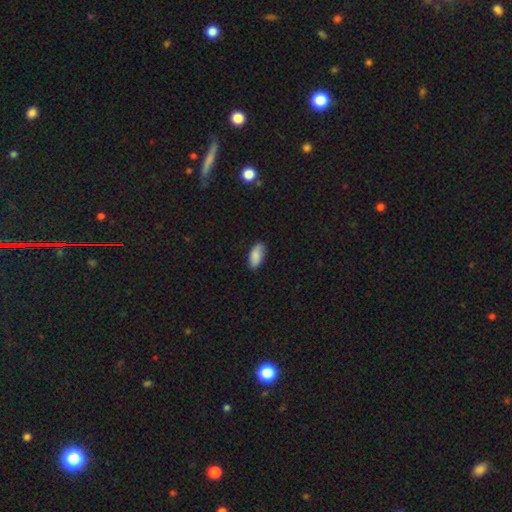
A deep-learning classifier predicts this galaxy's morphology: Smooth or featured? Predicted: smooth (p=0.87). How rounded? Predicted: in between (p=0.91). Merging? Predicted: none (p=0.79).